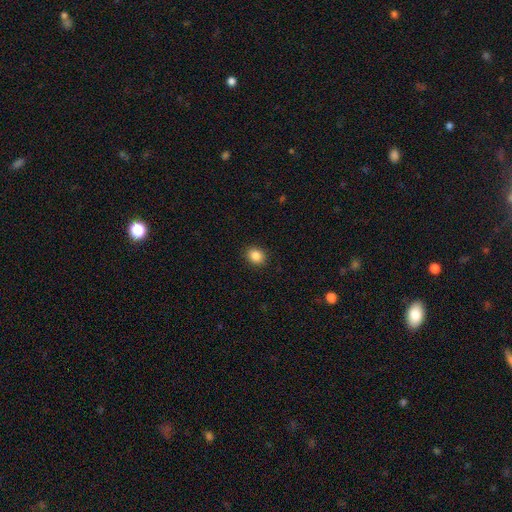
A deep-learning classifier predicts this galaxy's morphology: A smooth galaxy with no disk features (87%) that is round (58%).

Vote fractions:
- Smooth or featured? smooth: 87% / star or artifact: 9% / featured or disk: 4%
- How rounded? round: 58% / in between: 41% / cigar-shaped: 1%
- Merging? none: 91% / minor disturbance: 6% / major disturbance: 2% / merger: 1%